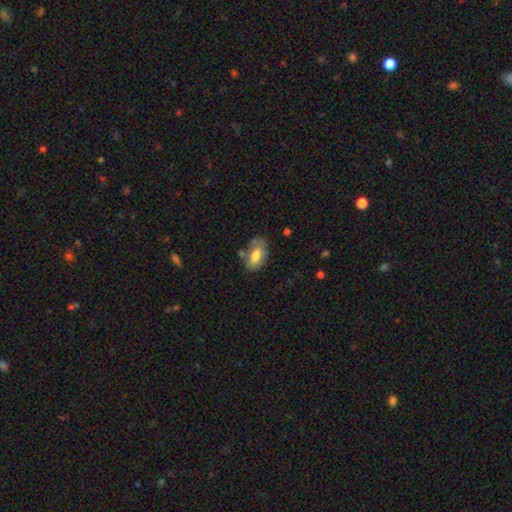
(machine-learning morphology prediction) smooth-or-featured: smooth: 74% | featured or disk: 20% | star or artifact: 7%
  how-rounded: in between: 91% | round: 4% | cigar-shaped: 4%
  merging: none: 61% | minor disturbance: 24% | merger: 8% | major disturbance: 7%